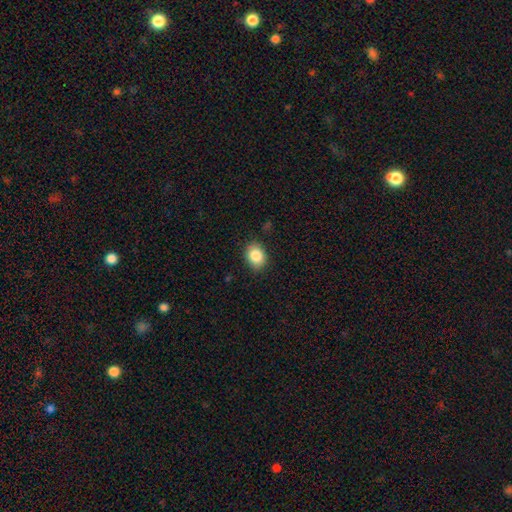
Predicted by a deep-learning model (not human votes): smooth_or_featured: smooth (p=0.86) [alt: star or artifact p=0.08]
how_rounded: in between (p=0.59) [alt: round p=0.40]
merging: none (p=0.86) [alt: minor disturbance p=0.11]